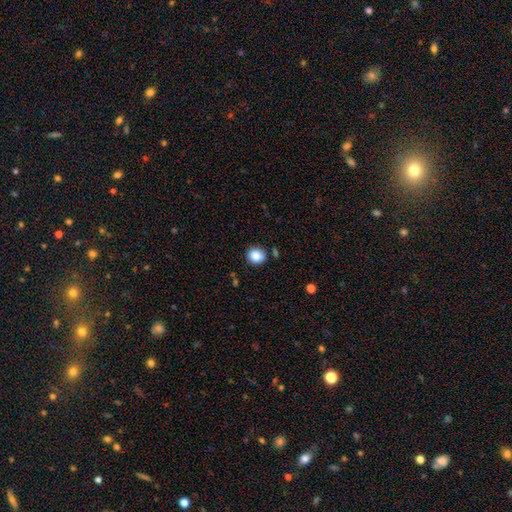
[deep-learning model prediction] Q: Smooth or featured?
A: smooth (84%); runner-up: star or artifact (10%)
Q: How rounded?
A: round (83%); runner-up: in between (16%)
Q: Merging?
A: none (86%); runner-up: minor disturbance (9%)